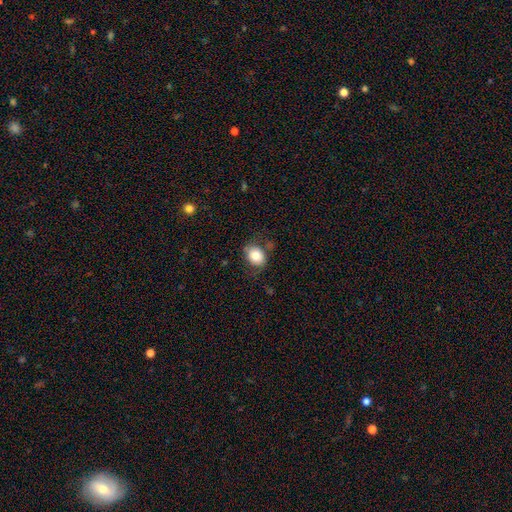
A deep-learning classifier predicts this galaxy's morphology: smooth-or-featured: smooth: 79% | featured or disk: 12% | star or artifact: 9%
  how-rounded: in between: 58% | round: 41% | cigar-shaped: 1%
  merging: none: 71% | minor disturbance: 19% | major disturbance: 7% | merger: 3%